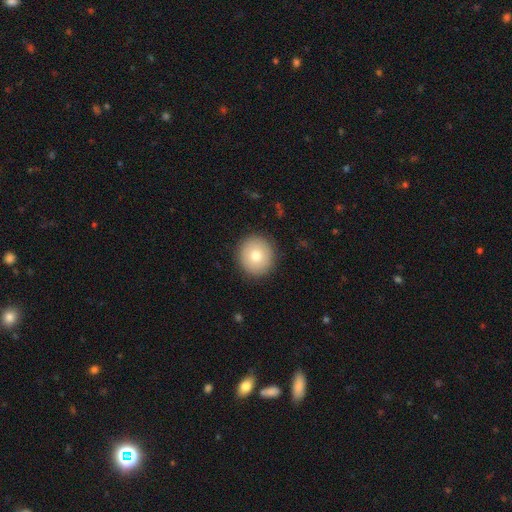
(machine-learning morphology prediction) Q: Smooth or featured?
A: smooth (76%); runner-up: featured or disk (15%)
Q: How rounded?
A: round (91%); runner-up: in between (8%)
Q: Merging?
A: none (91%); runner-up: minor disturbance (6%)